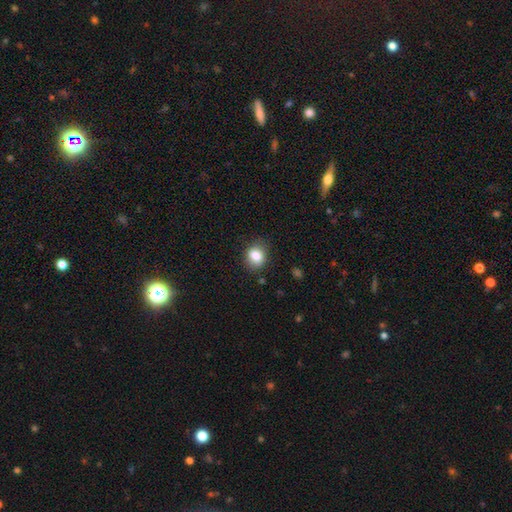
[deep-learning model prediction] A smooth galaxy with no disk features (82%) that is round (50%).

Vote fractions:
- Smooth or featured? smooth: 82% / star or artifact: 10% / featured or disk: 8%
- How rounded? round: 50% / in between: 49% / cigar-shaped: 1%
- Merging? none: 75% / minor disturbance: 18% / major disturbance: 4% / merger: 2%